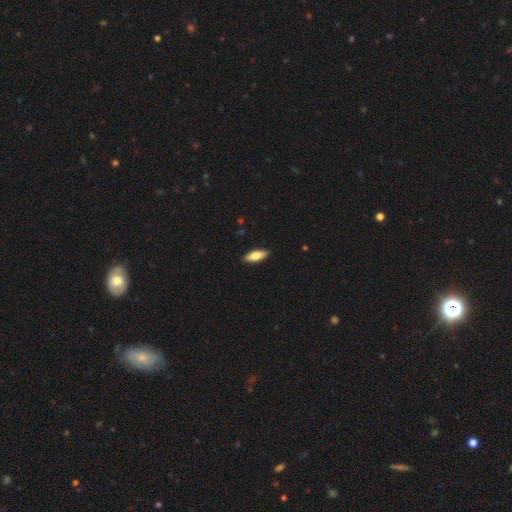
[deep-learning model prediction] smooth-or-featured: smooth: 72% | featured or disk: 23% | star or artifact: 6%
  how-rounded: in between: 62% | cigar-shaped: 35% | round: 2%
  merging: none: 90% | minor disturbance: 8% | major disturbance: 2% | merger: 1%